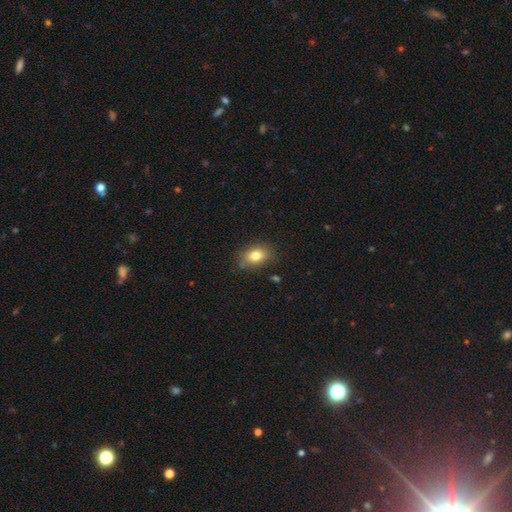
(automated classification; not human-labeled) Q: Smooth or featured?
A: smooth (80%); runner-up: featured or disk (10%)
Q: How rounded?
A: in between (77%); runner-up: round (22%)
Q: Merging?
A: none (77%); runner-up: minor disturbance (16%)